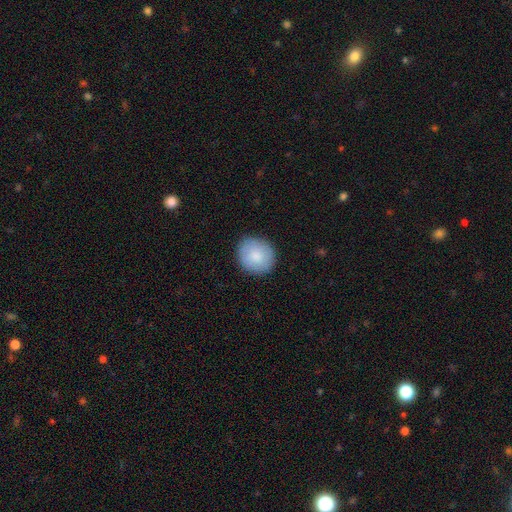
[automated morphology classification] Q: Smooth or featured?
A: smooth (83%); runner-up: featured or disk (11%)
Q: How rounded?
A: round (84%); runner-up: in between (15%)
Q: Merging?
A: none (88%); runner-up: minor disturbance (9%)